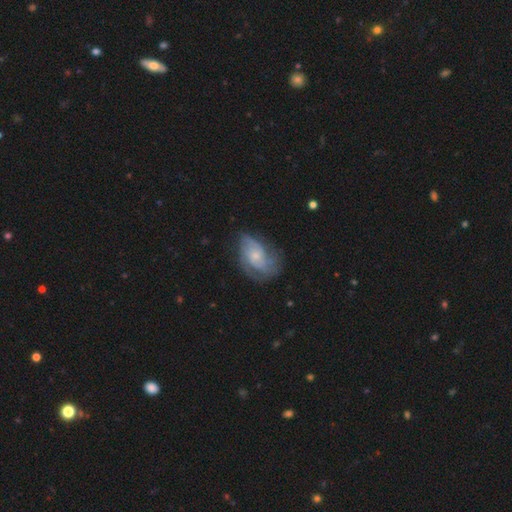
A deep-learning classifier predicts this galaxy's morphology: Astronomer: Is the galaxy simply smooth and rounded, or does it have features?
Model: featured or disk — 73%.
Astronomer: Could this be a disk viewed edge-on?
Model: no — 97%.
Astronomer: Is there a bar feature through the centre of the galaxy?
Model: no — 73%.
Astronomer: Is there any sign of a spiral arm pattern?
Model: yes — 90%.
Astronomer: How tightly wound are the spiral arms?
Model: medium — 42% (runner-up: tight, 41%).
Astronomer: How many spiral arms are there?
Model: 2 — 34% (runner-up: can't tell, 31%).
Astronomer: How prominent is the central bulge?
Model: small — 63%.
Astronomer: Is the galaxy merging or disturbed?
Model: none — 58%.